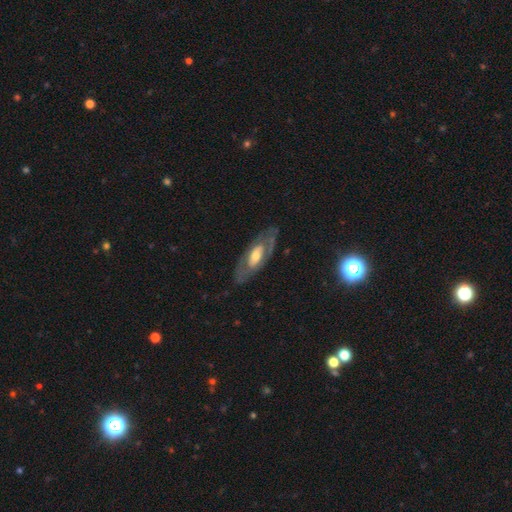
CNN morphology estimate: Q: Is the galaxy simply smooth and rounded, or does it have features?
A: featured or disk — 67%.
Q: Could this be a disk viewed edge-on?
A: no — 81%.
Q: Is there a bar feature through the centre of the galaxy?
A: no — 64%.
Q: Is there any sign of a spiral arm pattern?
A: no — 61%.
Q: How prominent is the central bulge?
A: moderate — 58%.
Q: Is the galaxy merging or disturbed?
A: none — 74%.